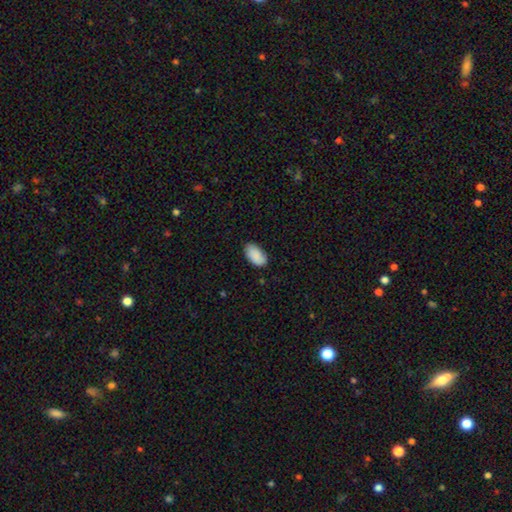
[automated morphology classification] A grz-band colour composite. It shows a smooth galaxy with no disk features (88%) that is in between round and cigar-shaped (95%). Merging: none (82%).